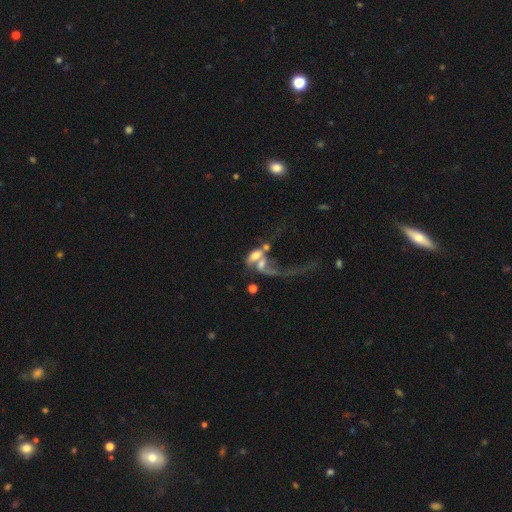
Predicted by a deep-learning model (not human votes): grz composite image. It shows a featured or disk galaxy (51%). Merging: merger (63%).